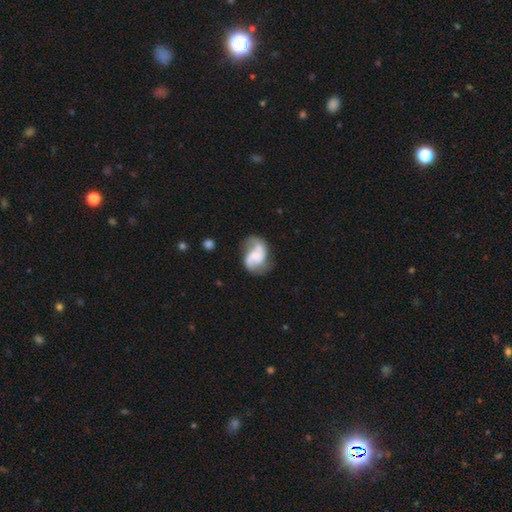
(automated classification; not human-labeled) Overall: featured or disk (71%). Edge-on disk: no (98%). Bar: no (54%; weak 34%). Spiral arms: yes (89%). Spiral arm count: 2 (85%). Spiral winding: loose (50%; medium 39%). Bulge size: none (44%; small 22%). Merging: none (51%; minor disturbance 23%).